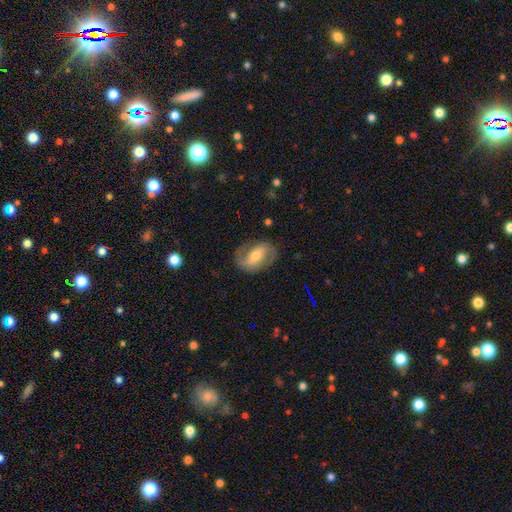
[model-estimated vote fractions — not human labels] This is likely a featured or disk galaxy (72%). It is clearly not viewed edge-on (95%). Bar: marginally strong (40%). Spiral arm pattern: clearly yes (86%). Spiral arm count: clearly 2 (86%). Spiral winding: marginally medium (44%). Central bulge: possibly moderate (57%). Merging: likely none (78%).